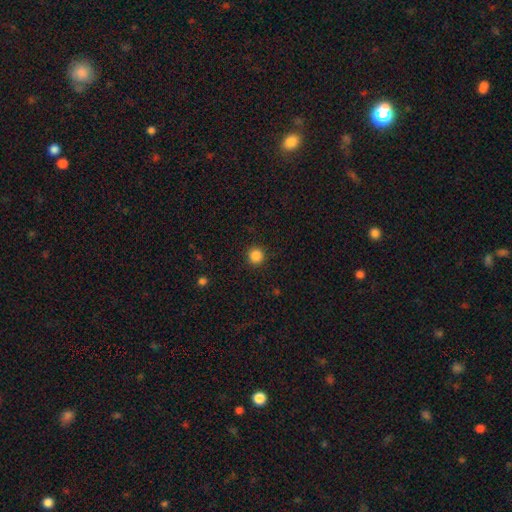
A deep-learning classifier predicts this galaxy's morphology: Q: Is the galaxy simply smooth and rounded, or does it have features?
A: smooth — 85%.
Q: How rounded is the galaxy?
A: round — 95%.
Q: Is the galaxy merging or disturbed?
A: none — 92%.